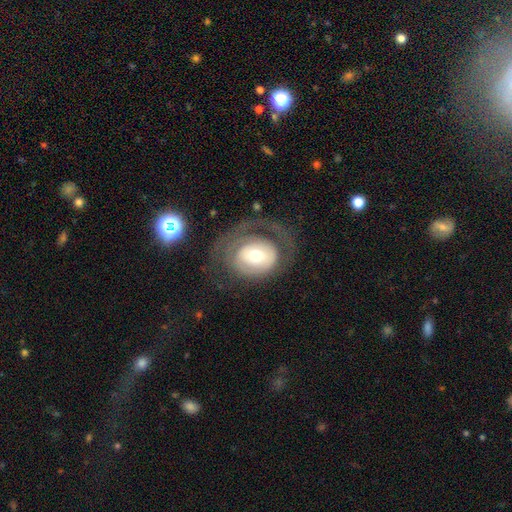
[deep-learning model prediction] Q: Smooth or featured?
A: featured or disk (53%); runner-up: smooth (40%)
Q: Edge-on disk?
A: no (95%); runner-up: yes (5%)
Q: Bar?
A: no (71%); runner-up: weak (21%)
Q: Spiral arms?
A: no (53%); runner-up: yes (47%)
Q: Bulge size?
A: moderate (63%); runner-up: small (17%)
Q: Merging?
A: none (48%); runner-up: major disturbance (33%)